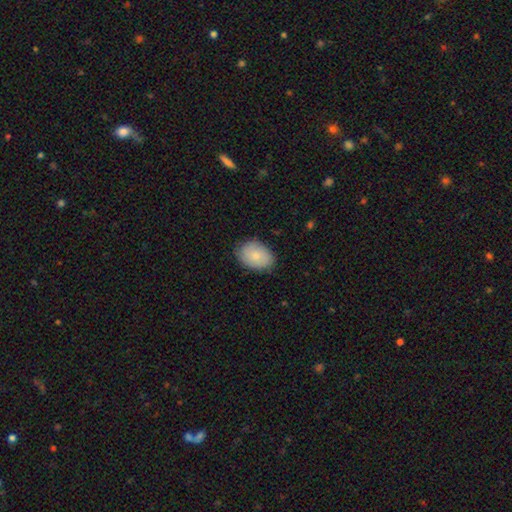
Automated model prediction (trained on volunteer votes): This is clearly a smooth galaxy (80%). How rounded: likely in between (79%). Merging: clearly none (81%).